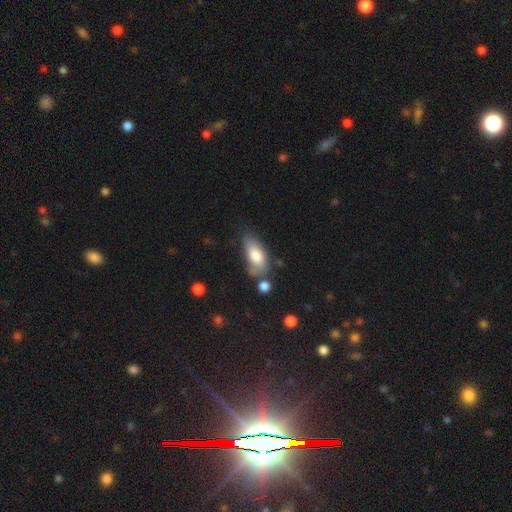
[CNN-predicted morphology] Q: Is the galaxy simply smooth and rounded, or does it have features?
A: smooth — 77%.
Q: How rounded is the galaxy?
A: in between — 88%.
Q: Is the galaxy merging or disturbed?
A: none — 50%.